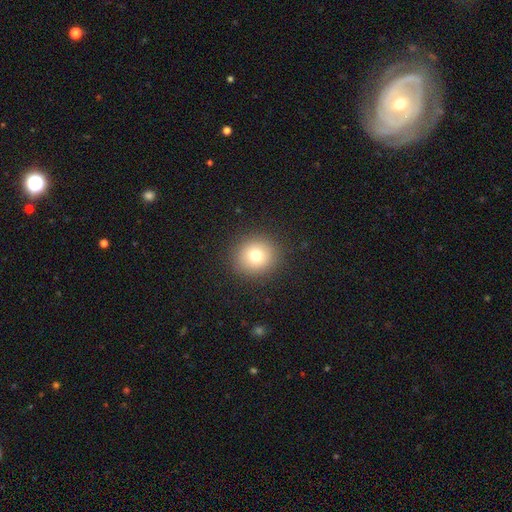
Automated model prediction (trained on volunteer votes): Smooth or featured? Predicted: smooth (p=0.75). How rounded? Predicted: round (p=0.90). Merging? Predicted: none (p=0.90).